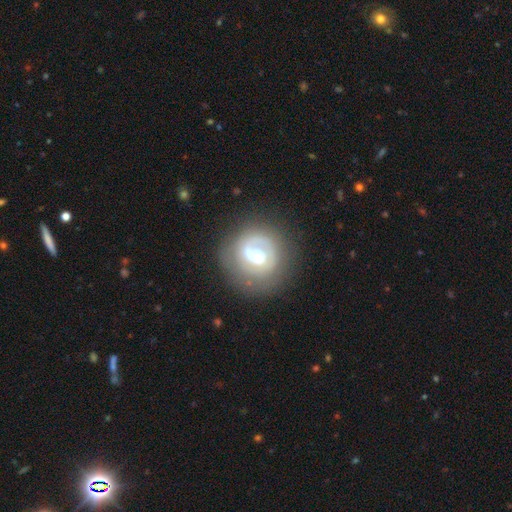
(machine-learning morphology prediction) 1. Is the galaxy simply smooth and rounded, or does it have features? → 65% featured or disk, 28% smooth, 7% star or artifact.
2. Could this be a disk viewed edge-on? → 97% no, 3% yes.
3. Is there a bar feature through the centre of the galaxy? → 46% weak, 31% strong, 23% no.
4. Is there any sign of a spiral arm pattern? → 64% yes, 36% no.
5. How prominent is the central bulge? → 58% moderate, 19% large, 18% small, 3% none, 2% dominant.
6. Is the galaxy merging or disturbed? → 67% none, 17% minor disturbance, 13% major disturbance, 2% merger.